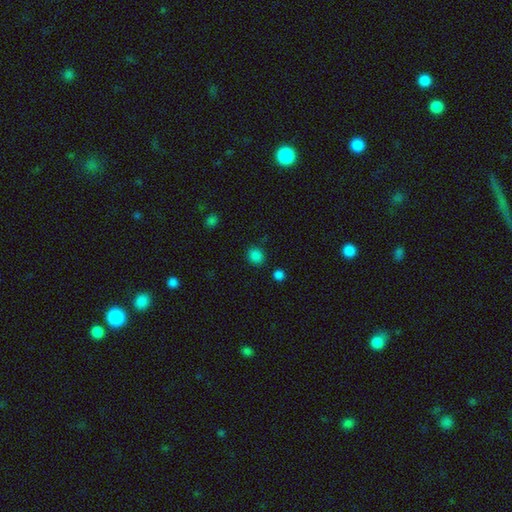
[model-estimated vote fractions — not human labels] smooth-or-featured: smooth: 83% | star or artifact: 14% | featured or disk: 3%
  how-rounded: round: 82% | in between: 17% | cigar-shaped: 1%
  merging: none: 85% | minor disturbance: 9% | merger: 4% | major disturbance: 3%